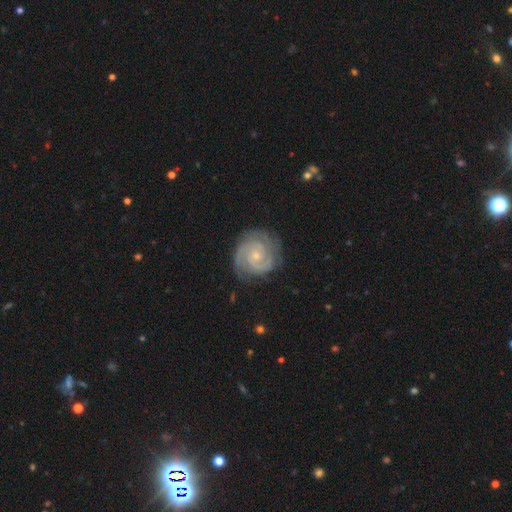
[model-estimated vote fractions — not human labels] Smooth or featured?
  - featured or disk: 89% *
  - smooth: 6%
  - star or artifact: 4%
Edge-on disk?
  - no: 98% *
  - yes: 2%
Bar?
  - no: 71% *
  - weak: 25%
  - strong: 4%
Spiral arms?
  - yes: 98% *
  - no: 2%
Spiral winding?
  - tight: 73% *
  - medium: 24%
  - loose: 3%
Spiral arm count?
  - 2: 55% *
  - 3: 24%
  - can't tell: 9%
  - 4: 5%
  - 1: 4%
  - more than 4: 4%
Bulge size?
  - small: 72% *
  - moderate: 24%
  - none: 3%
  - large: 1%
  - dominant: 1%
Merging?
  - none: 80% *
  - minor disturbance: 14%
  - major disturbance: 4%
  - merger: 1%